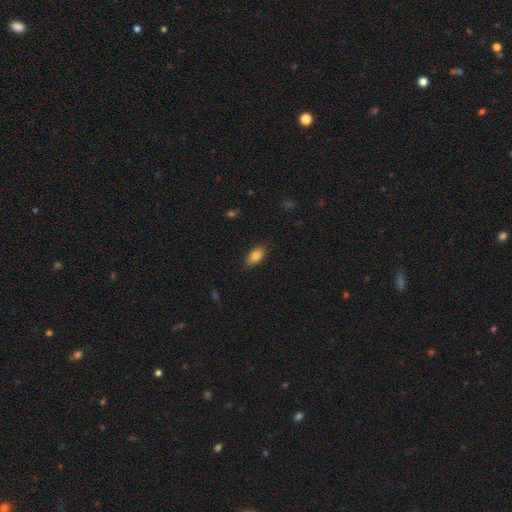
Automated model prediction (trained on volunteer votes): The model was most divided on "merging": none: 85%, minor disturbance: 12%, major disturbance: 3%, merger: 1%. More confident: how rounded — in between (90%); smooth or featured — smooth (85%).